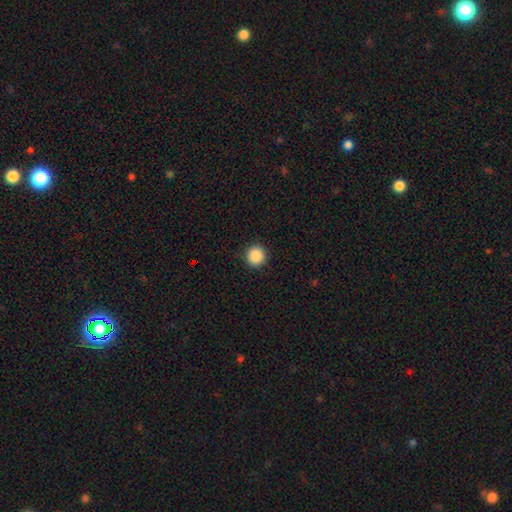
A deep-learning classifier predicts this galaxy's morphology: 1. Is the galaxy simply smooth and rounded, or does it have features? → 88% smooth, 9% star or artifact, 3% featured or disk.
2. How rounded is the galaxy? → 94% round, 5% in between, 1% cigar-shaped.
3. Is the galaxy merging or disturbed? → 92% none, 5% minor disturbance, 2% major disturbance, 1% merger.